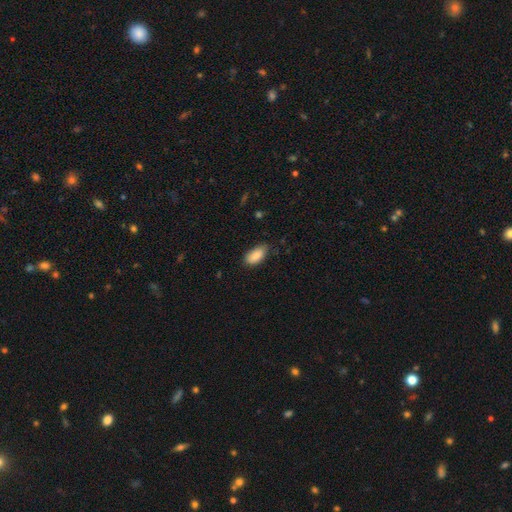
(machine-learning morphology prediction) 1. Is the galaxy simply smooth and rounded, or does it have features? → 89% smooth, 7% star or artifact, 4% featured or disk.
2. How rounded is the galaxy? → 91% in between, 6% cigar-shaped, 2% round.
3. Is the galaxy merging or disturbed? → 76% none, 20% minor disturbance, 3% major disturbance, 1% merger.